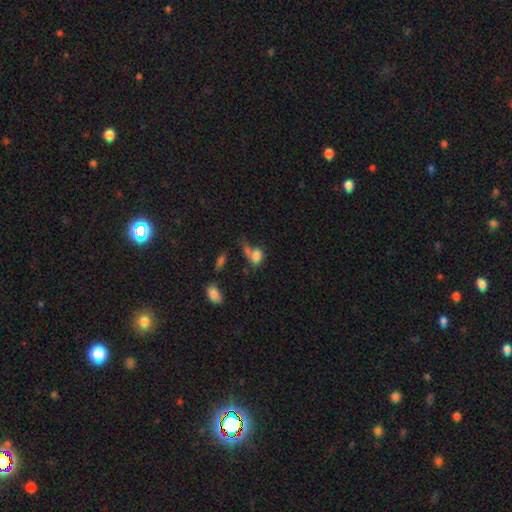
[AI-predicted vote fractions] Q: Smooth or featured?
A: smooth (78%); runner-up: featured or disk (12%)
Q: How rounded?
A: in between (63%); runner-up: round (35%)
Q: Merging?
A: none (30%); runner-up: merger (28%)